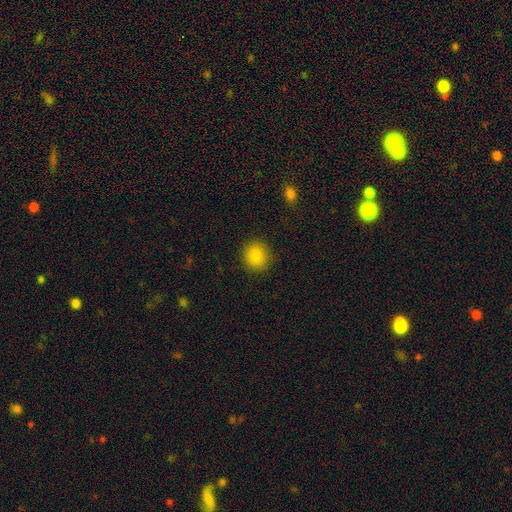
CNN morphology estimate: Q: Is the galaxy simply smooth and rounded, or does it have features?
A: smooth — 85%.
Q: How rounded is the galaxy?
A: round — 88%.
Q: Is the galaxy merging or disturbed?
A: none — 89%.